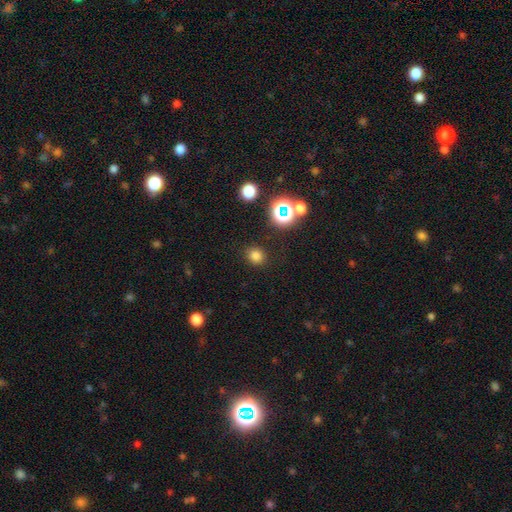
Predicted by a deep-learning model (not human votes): smooth 75%, star or artifact 19%, featured or disk 5%. Down the decision tree: how rounded — round (84%); merging — none (88%).